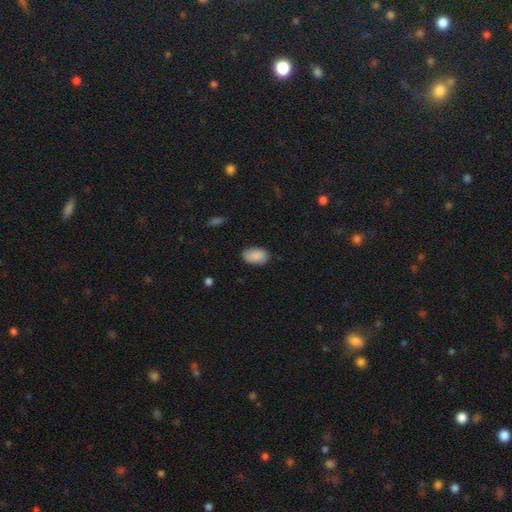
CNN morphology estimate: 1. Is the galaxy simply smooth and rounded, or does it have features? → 89% smooth, 6% star or artifact, 5% featured or disk.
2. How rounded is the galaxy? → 92% in between, 7% round, 1% cigar-shaped.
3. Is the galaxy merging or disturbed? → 84% none, 12% minor disturbance, 3% major disturbance, 1% merger.